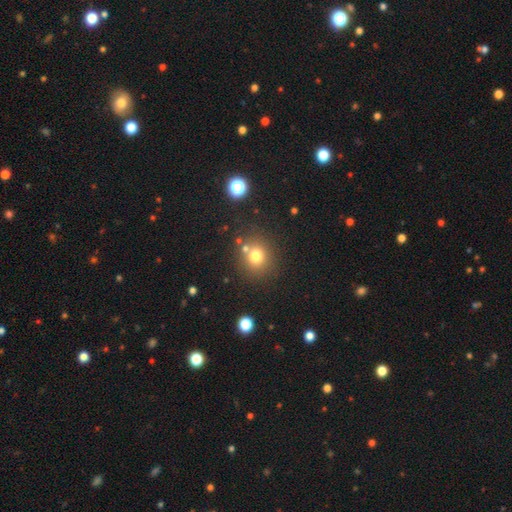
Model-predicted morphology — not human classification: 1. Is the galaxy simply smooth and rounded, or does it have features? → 75% smooth, 16% star or artifact, 9% featured or disk.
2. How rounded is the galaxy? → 86% round, 13% in between, 1% cigar-shaped.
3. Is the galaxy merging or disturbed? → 75% none, 12% merger, 10% minor disturbance, 4% major disturbance.